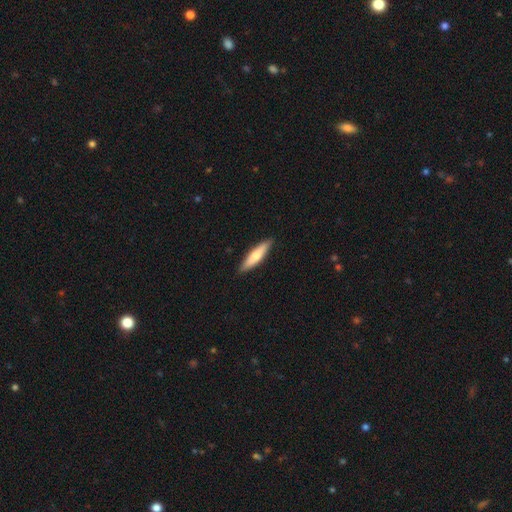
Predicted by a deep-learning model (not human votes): This is likely a smooth galaxy (65%). How rounded: likely cigar-shaped (78%). Merging: clearly none (89%).